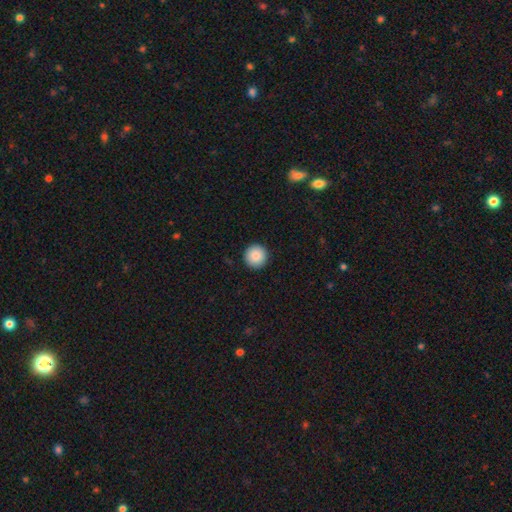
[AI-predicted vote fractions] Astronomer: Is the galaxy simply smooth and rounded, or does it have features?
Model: smooth — 88%.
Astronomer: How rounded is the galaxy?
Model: round — 96%.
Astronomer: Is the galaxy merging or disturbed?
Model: none — 93%.